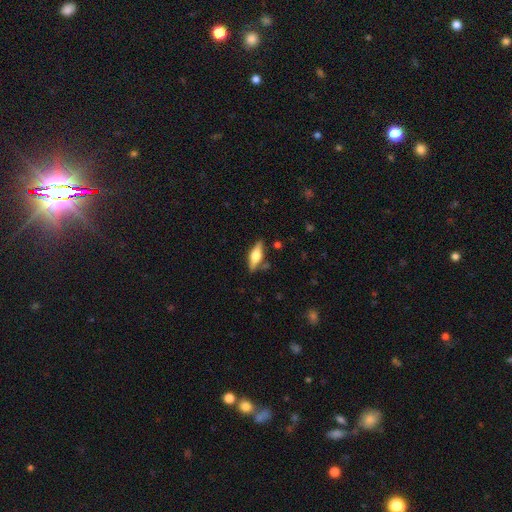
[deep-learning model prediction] Morphology: type=featured or disk (57%); edge-on=yes (93%); edge-on bulge=rounded (91%); merging=none (80%).